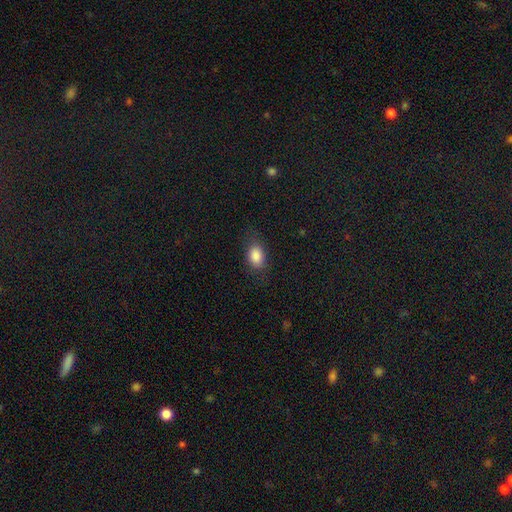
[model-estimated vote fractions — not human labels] A smooth galaxy with no disk features (86%) that is in between round and cigar-shaped (81%). Merging: none (76%).